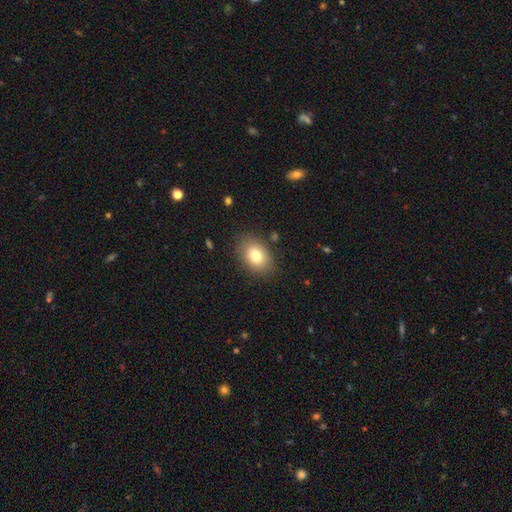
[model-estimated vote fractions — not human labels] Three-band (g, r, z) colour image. It shows a smooth galaxy with no disk features (79%) that is in between round and cigar-shaped (74%). Merging: none (85%).